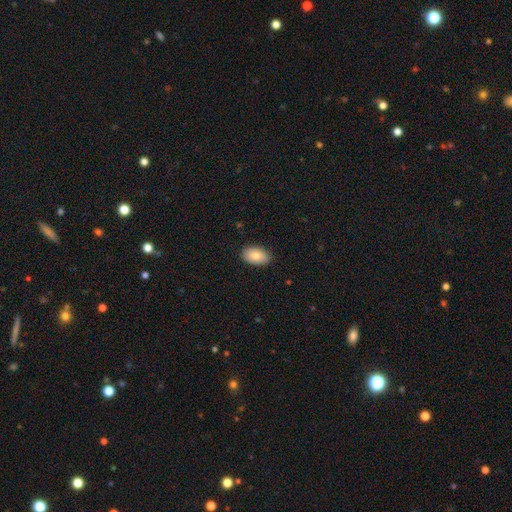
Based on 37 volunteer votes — This is likely a smooth galaxy (78%). How rounded: clearly in between (93%). Merging: clearly none (94%).